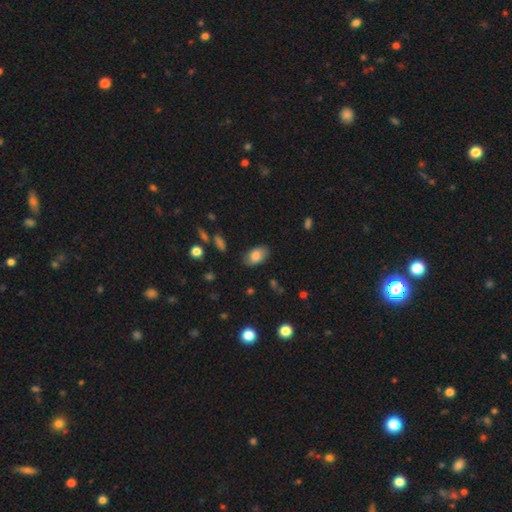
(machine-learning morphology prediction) A smooth galaxy with no disk features (78%) that is in between round and cigar-shaped (92%). Merging: none (78%).